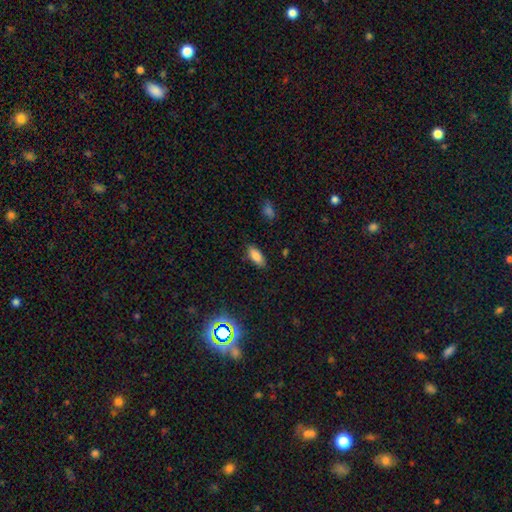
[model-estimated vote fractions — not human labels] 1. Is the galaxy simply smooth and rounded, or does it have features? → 83% smooth, 11% star or artifact, 6% featured or disk.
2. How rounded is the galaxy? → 86% in between, 11% cigar-shaped, 3% round.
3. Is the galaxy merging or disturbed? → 86% none, 10% minor disturbance, 2% major disturbance, 1% merger.